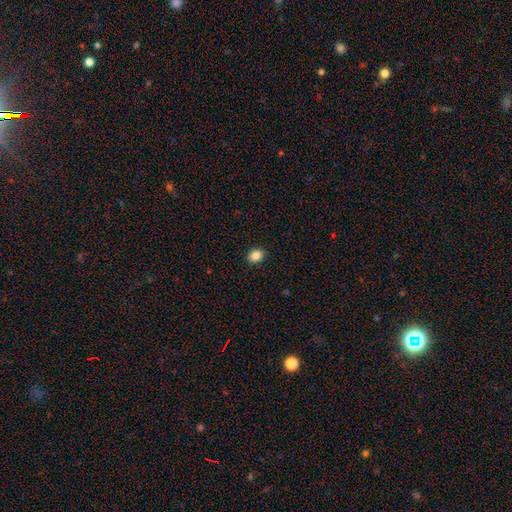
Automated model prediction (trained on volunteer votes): A smooth galaxy with no disk features (86%) that is round (55%). Merging: none (91%).